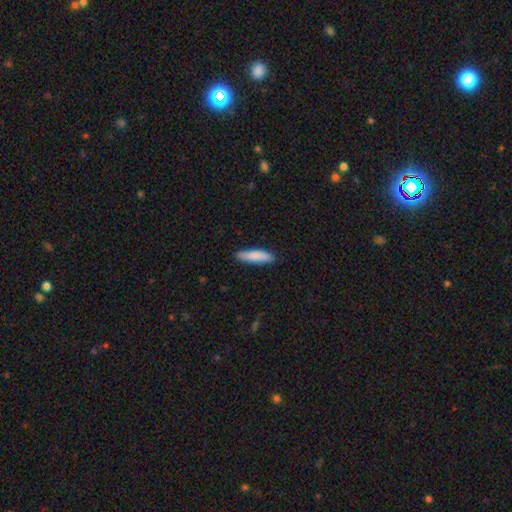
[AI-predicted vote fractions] The model was most divided on "how rounded": cigar-shaped: 77%, in between: 21%, round: 1%. More confident: merging — none (86%); smooth or featured — smooth (84%).